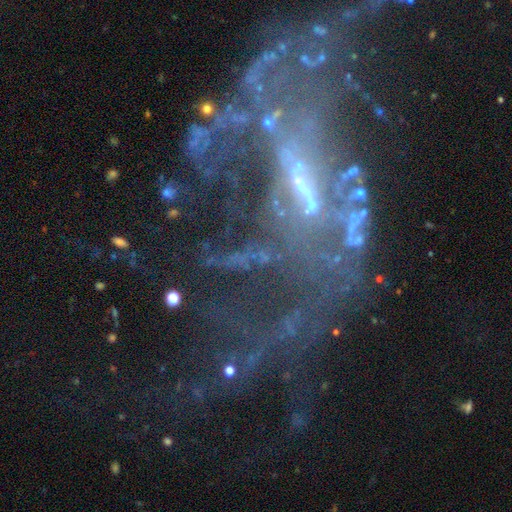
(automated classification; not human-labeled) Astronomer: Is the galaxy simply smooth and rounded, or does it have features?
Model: featured or disk — 66%.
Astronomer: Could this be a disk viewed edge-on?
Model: no — 91%.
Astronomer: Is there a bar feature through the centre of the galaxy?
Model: strong — 43% (runner-up: no, 29%).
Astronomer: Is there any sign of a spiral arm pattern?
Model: yes — 57% (runner-up: no, 43%).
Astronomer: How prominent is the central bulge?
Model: small — 35% (runner-up: none, 34%).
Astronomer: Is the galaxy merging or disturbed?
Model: major disturbance — 40% (runner-up: none, 35%).